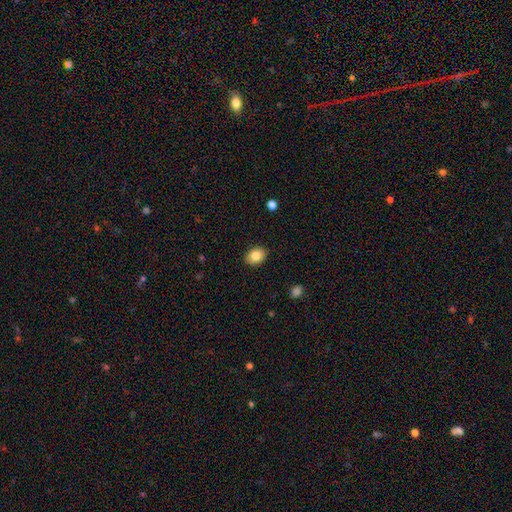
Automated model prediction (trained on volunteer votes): Smooth or featured? smooth (83%)
How rounded? in between (66%)
Merging? none (89%)